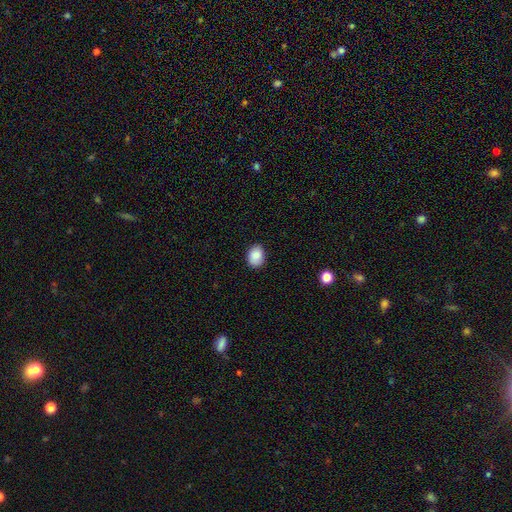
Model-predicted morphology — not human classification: A smooth galaxy with no disk features (88%) that is in between round and cigar-shaped (65%). Merging: none (85%).